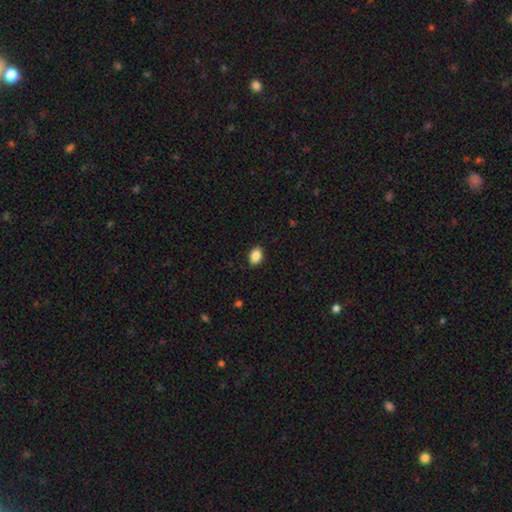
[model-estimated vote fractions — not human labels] smooth-or-featured: smooth: 87% | star or artifact: 8% | featured or disk: 4%
  how-rounded: in between: 79% | round: 20% | cigar-shaped: 1%
  merging: none: 89% | minor disturbance: 8% | major disturbance: 2% | merger: 1%